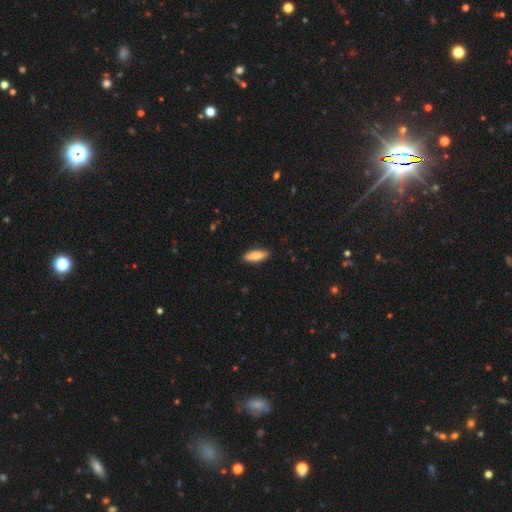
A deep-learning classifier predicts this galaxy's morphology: The model was most divided on "how rounded": in between: 59%, cigar-shaped: 39%, round: 2%. More confident: merging — none (89%); smooth or featured — smooth (82%).